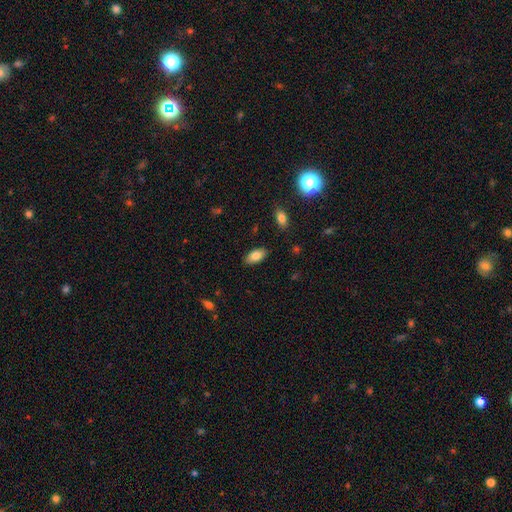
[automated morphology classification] type=smooth (83%); roundness=in between (93%); merging=none (86%).